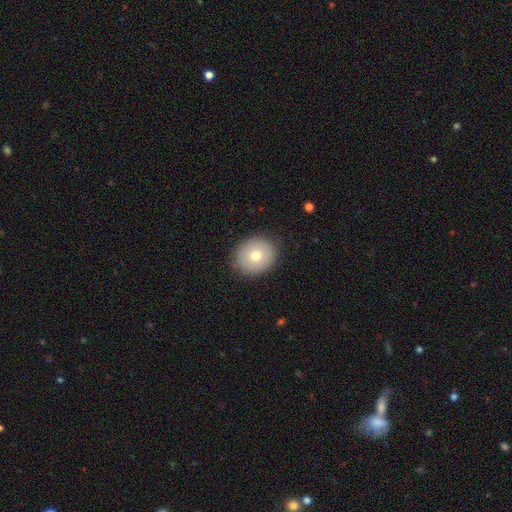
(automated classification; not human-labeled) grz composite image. It shows a smooth galaxy with no disk features (73%) that is round (76%). Merging: none (88%).